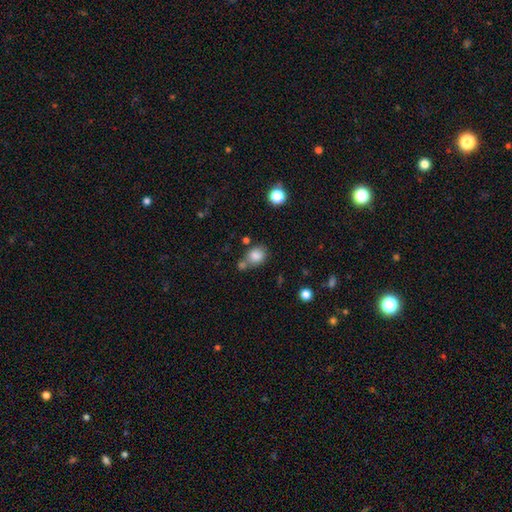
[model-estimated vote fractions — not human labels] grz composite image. It shows a smooth galaxy with no disk features (83%) that is round (51%). Merging: none (52%).